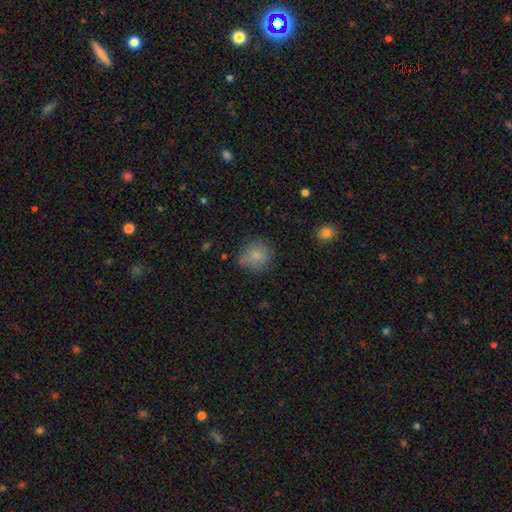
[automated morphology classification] Smooth or featured?
  - smooth: 81% *
  - star or artifact: 10%
  - featured or disk: 9%
How rounded?
  - round: 85% *
  - in between: 14%
  - cigar-shaped: 1%
Merging?
  - none: 70% *
  - minor disturbance: 21%
  - major disturbance: 6%
  - merger: 3%